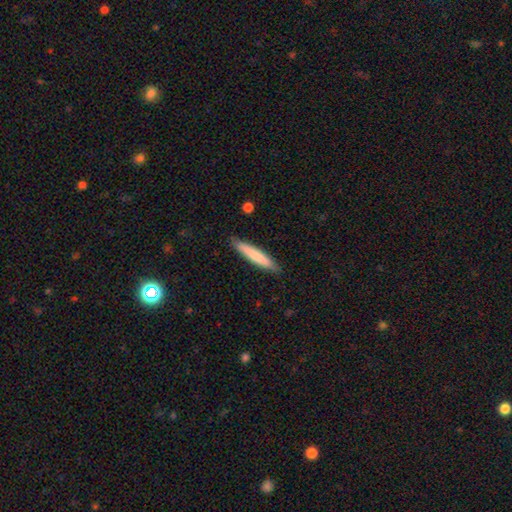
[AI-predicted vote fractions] Morphology: type=smooth (76%); roundness=cigar-shaped (93%); merging=none (88%).